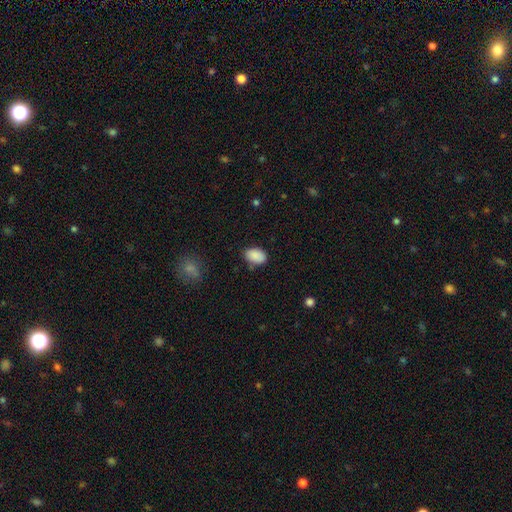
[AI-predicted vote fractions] A smooth galaxy with no disk features (89%) that is in between round and cigar-shaped (89%). Merging: none (75%).